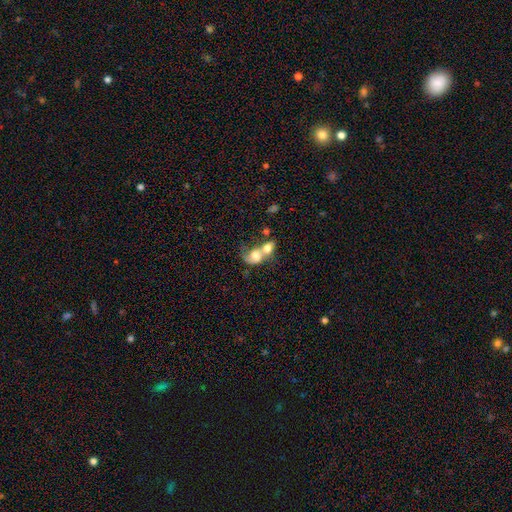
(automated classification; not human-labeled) Q: Smooth or featured?
A: smooth (61%); runner-up: featured or disk (30%)
Q: How rounded?
A: in between (56%); runner-up: round (42%)
Q: Merging?
A: merger (79%); runner-up: none (9%)